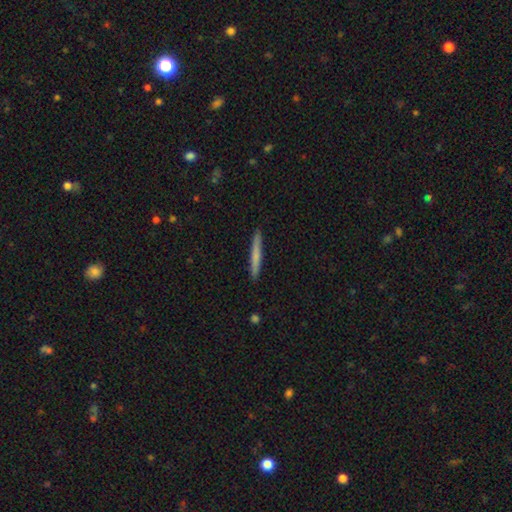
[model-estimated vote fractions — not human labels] Smooth or featured: smooth — 67% (featured or disk — 27%)
How rounded: cigar-shaped — 96% (in between — 2%)
Merging: none — 91% (minor disturbance — 6%)